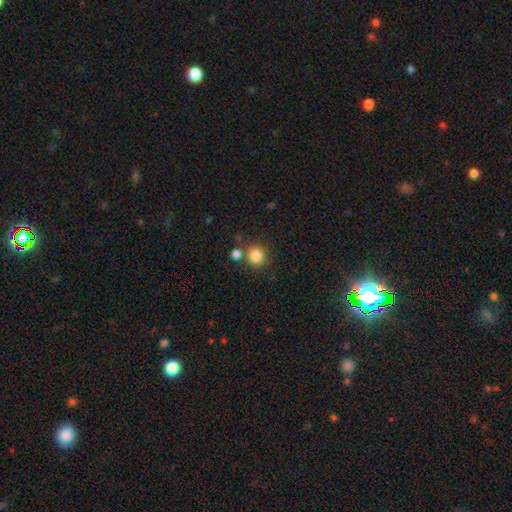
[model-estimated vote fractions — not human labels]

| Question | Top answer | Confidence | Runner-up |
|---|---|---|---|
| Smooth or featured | smooth | 85% | star or artifact (10%) |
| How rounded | round | 88% | in between (11%) |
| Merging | none | 71% | merger (15%) |